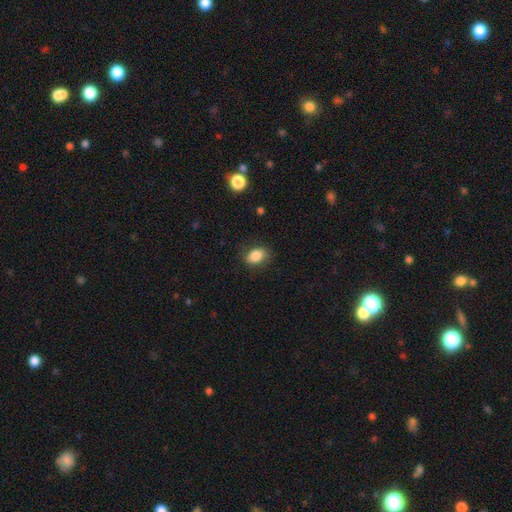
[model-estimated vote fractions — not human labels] smooth 80%, featured or disk 12%, star or artifact 8%. Down the decision tree: how rounded — in between (77%); merging — none (76%).